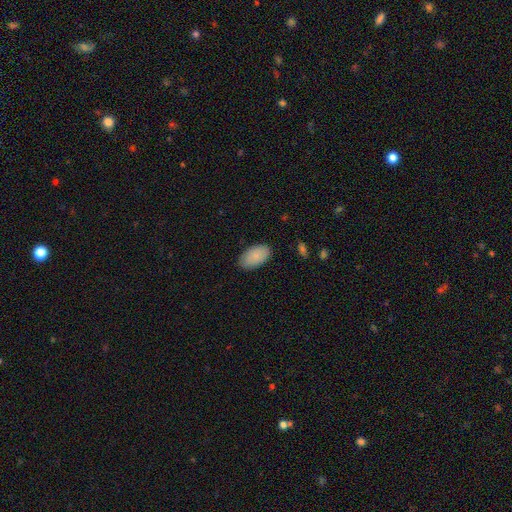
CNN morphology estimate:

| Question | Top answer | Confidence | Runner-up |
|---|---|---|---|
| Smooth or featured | smooth | 87% | featured or disk (7%) |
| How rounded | in between | 95% | round (3%) |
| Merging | none | 85% | minor disturbance (11%) |